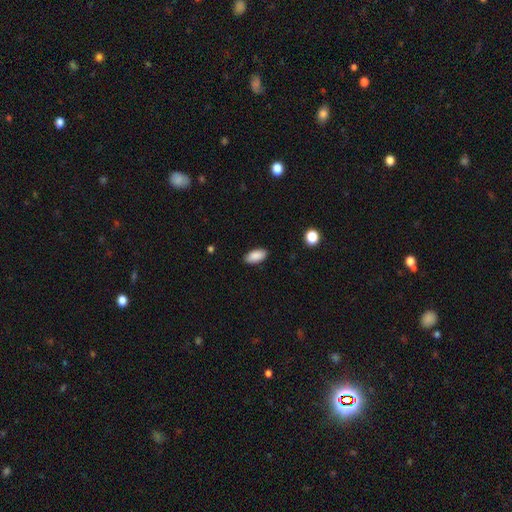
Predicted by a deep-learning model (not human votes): smooth-or-featured: smooth: 89% | star or artifact: 7% | featured or disk: 4%
  how-rounded: in between: 92% | cigar-shaped: 6% | round: 2%
  merging: none: 89% | minor disturbance: 8% | major disturbance: 2% | merger: 1%